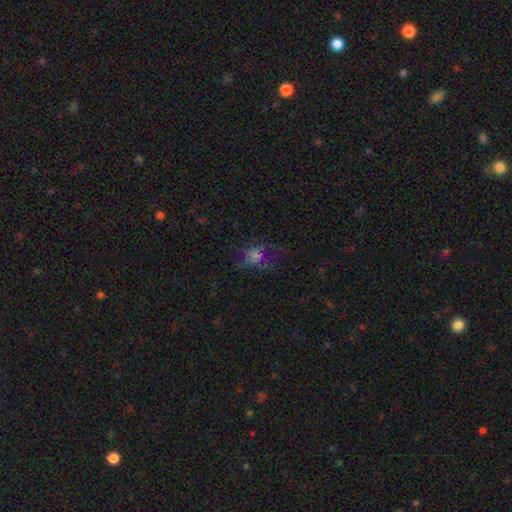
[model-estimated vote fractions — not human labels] smooth 51%, star or artifact 25%, featured or disk 24%. Down the decision tree: how rounded — in between (50%); merging — none (46%).